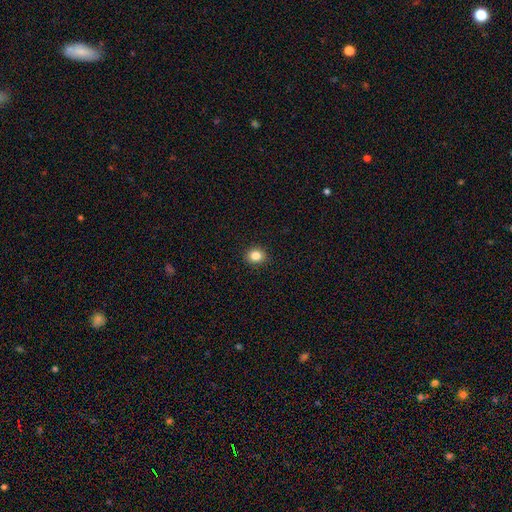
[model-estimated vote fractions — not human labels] Overall: smooth (85%). How rounded: round (66%; in between 33%). Merging: none (91%).